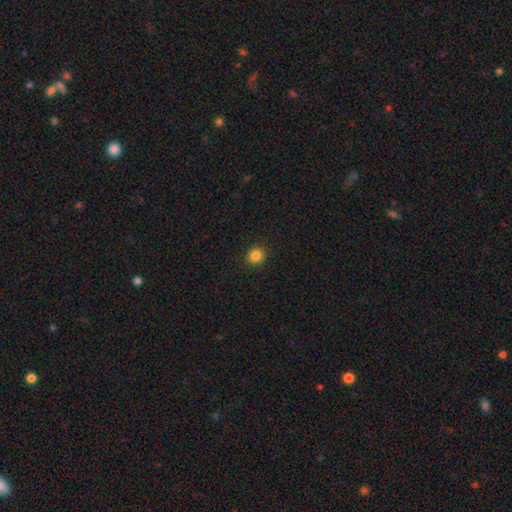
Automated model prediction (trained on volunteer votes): Smooth or featured? Predicted: smooth (p=0.85). How rounded? Predicted: round (p=0.87). Merging? Predicted: none (p=0.92).